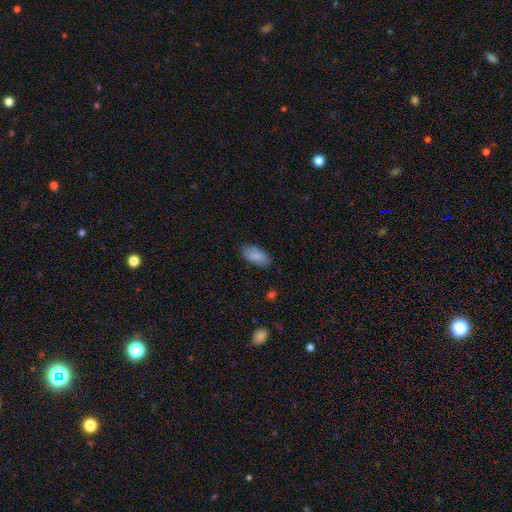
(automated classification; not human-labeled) This is clearly a smooth galaxy (85%). How rounded: clearly in between (93%). Merging: clearly none (80%).